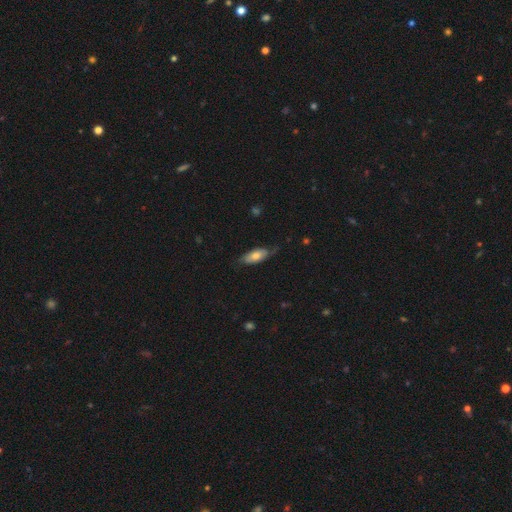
Smooth or featured: featured or disk — 59% (smooth — 41%)
Edge-on disk: no — 74% (yes — 26%)
Bar: no — 88% (strong — 6%)
Spiral arms: no — 59% (yes — 41%)
Bulge size: moderate — 71% (large — 12%)
Merging: none — 51% (minor disturbance — 28%)